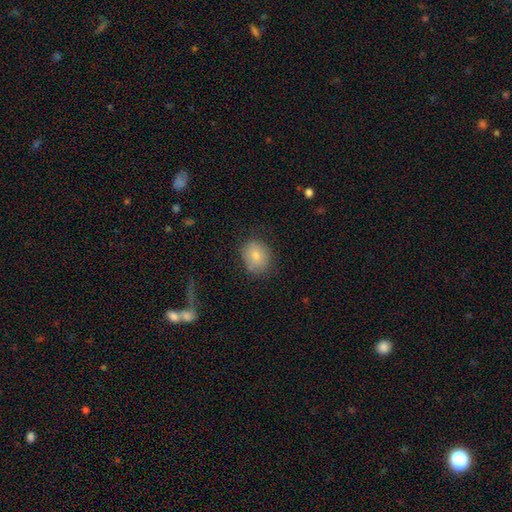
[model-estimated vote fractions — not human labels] Q: Smooth or featured?
A: smooth (80%); runner-up: featured or disk (12%)
Q: How rounded?
A: round (65%); runner-up: in between (34%)
Q: Merging?
A: none (72%); runner-up: minor disturbance (20%)